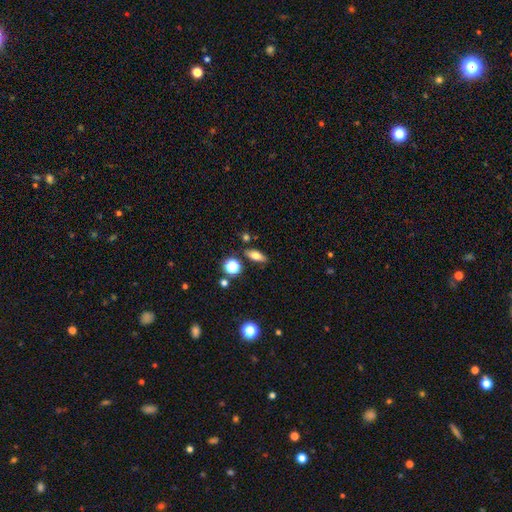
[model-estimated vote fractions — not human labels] A smooth galaxy with no disk features (69%) that is in between round and cigar-shaped (70%). Merging: none (83%).